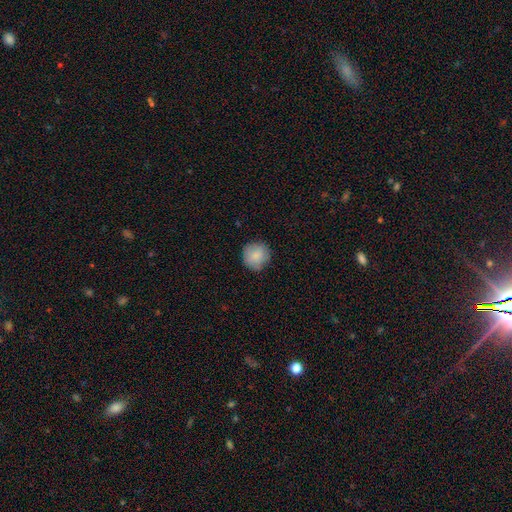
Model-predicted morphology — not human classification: This is clearly a smooth galaxy (85%). How rounded: clearly round (94%). Merging: clearly none (84%).